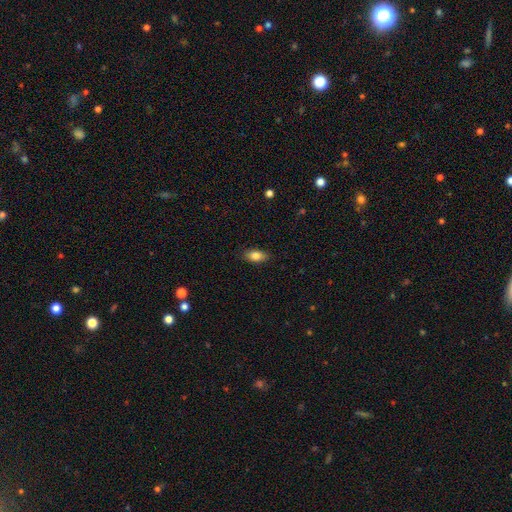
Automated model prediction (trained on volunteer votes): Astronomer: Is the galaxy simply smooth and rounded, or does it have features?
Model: smooth — 82%.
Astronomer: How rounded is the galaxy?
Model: in between — 89%.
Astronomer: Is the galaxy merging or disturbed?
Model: none — 86%.